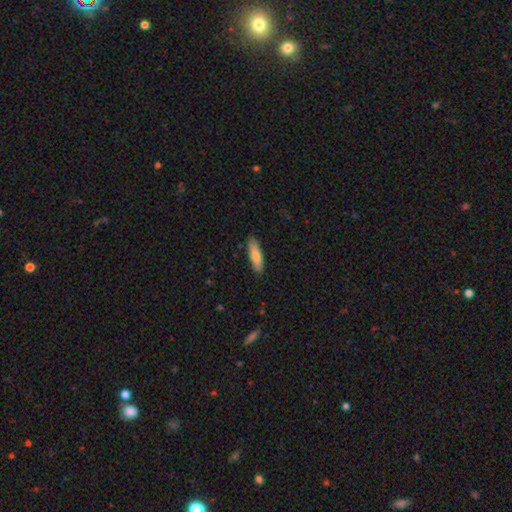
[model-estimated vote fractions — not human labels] smooth_or_featured: smooth (p=0.78) [alt: featured or disk p=0.16]
how_rounded: cigar-shaped (p=0.55) [alt: in between p=0.43]
merging: none (p=0.87) [alt: minor disturbance p=0.10]